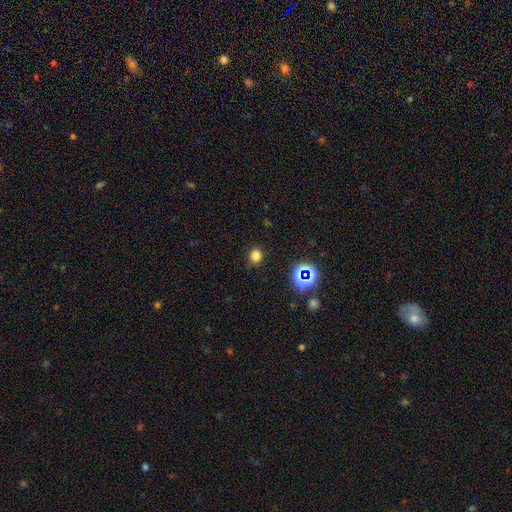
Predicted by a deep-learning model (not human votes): Smooth or featured? Predicted: smooth (p=0.76). How rounded? Predicted: round (p=0.72). Merging? Predicted: none (p=0.87).